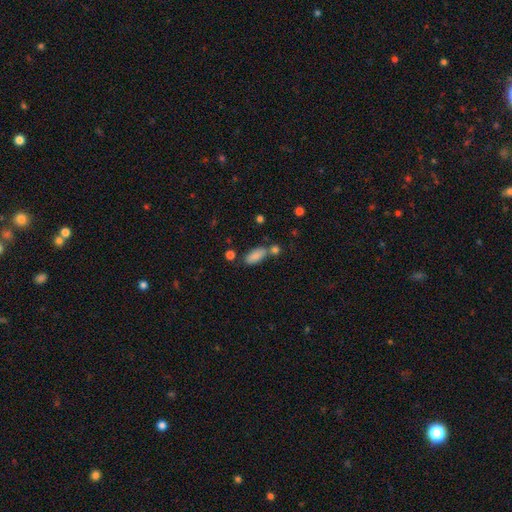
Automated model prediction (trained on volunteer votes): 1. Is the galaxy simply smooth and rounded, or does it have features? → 86% smooth, 8% star or artifact, 6% featured or disk.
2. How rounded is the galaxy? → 85% in between, 12% cigar-shaped, 3% round.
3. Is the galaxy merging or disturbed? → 58% none, 22% merger, 15% minor disturbance, 5% major disturbance.